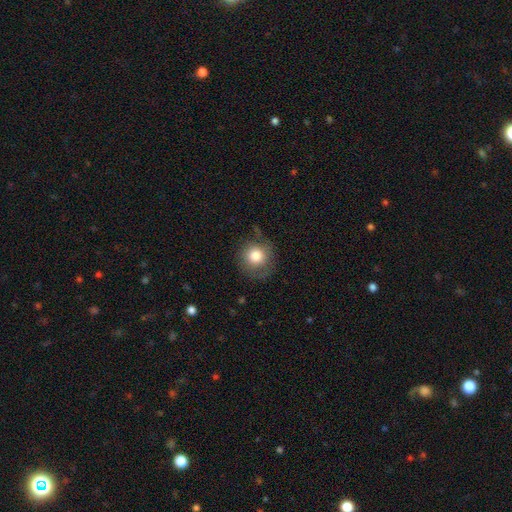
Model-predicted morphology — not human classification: type=smooth (79%); roundness=round (90%); merging=none (71%).